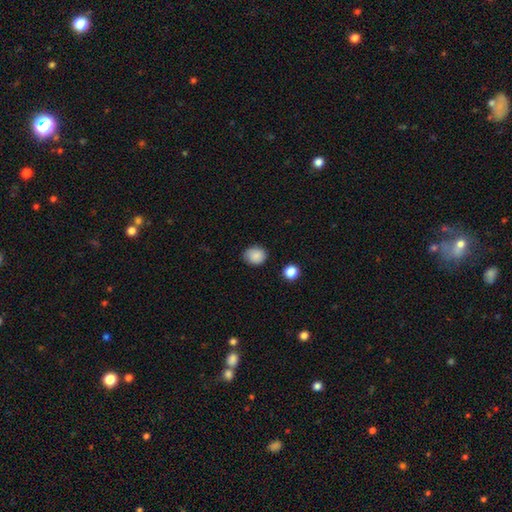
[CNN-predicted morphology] smooth_or_featured: smooth (p=0.87) [alt: star or artifact p=0.09]
how_rounded: round (p=0.69) [alt: in between p=0.30]
merging: none (p=0.81) [alt: minor disturbance p=0.14]